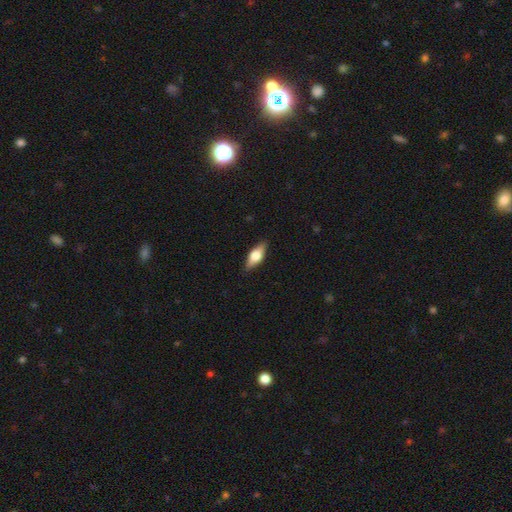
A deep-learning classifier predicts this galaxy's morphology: A smooth galaxy with no disk features (50%). Merging: none (86%).